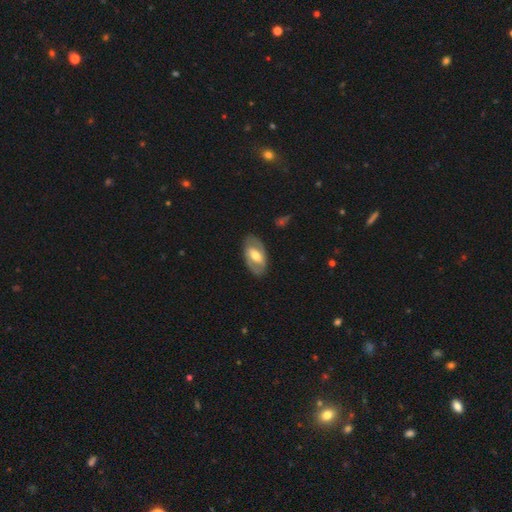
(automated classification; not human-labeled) Morphology: type=featured or disk (61%); edge-on=no (91%); bar=weak (39%); spiral arms=yes (50%, tied with no); bulge=moderate (66%); merging=none (82%).